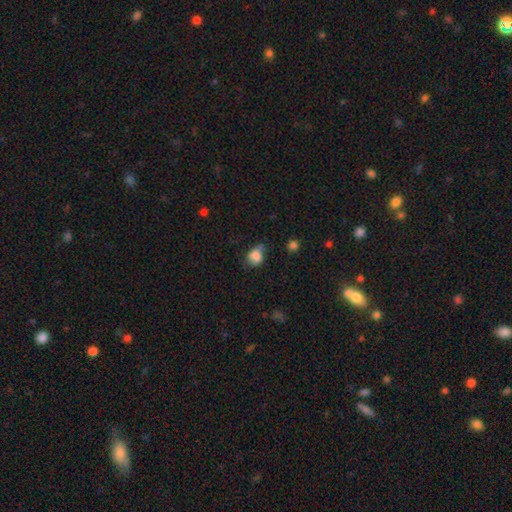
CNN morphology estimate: Smooth or featured: smooth — 79% (star or artifact — 11%)
How rounded: in between — 50% (round — 49%)
Merging: none — 44% (minor disturbance — 35%)